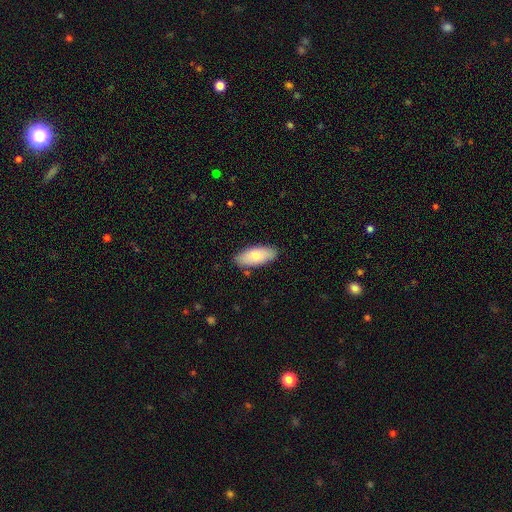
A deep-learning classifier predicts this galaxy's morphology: Q: Smooth or featured?
A: smooth (74%); runner-up: featured or disk (20%)
Q: How rounded?
A: in between (84%); runner-up: cigar-shaped (14%)
Q: Merging?
A: none (86%); runner-up: minor disturbance (10%)